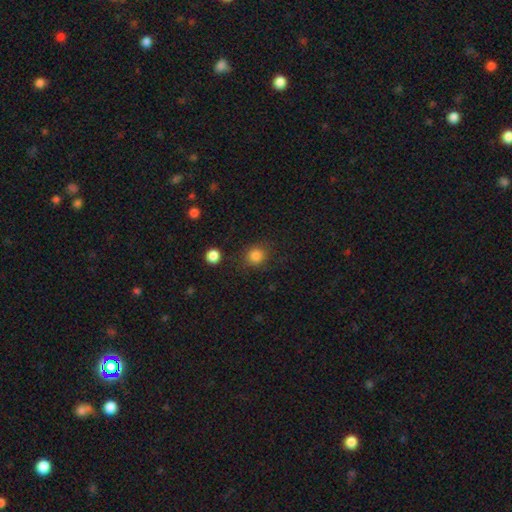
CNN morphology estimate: A smooth galaxy with no disk features (84%) that is round (84%).

Vote fractions:
- Smooth or featured? smooth: 84% / star or artifact: 11% / featured or disk: 4%
- How rounded? round: 84% / in between: 15% / cigar-shaped: 1%
- Merging? none: 82% / minor disturbance: 11% / major disturbance: 4% / merger: 3%